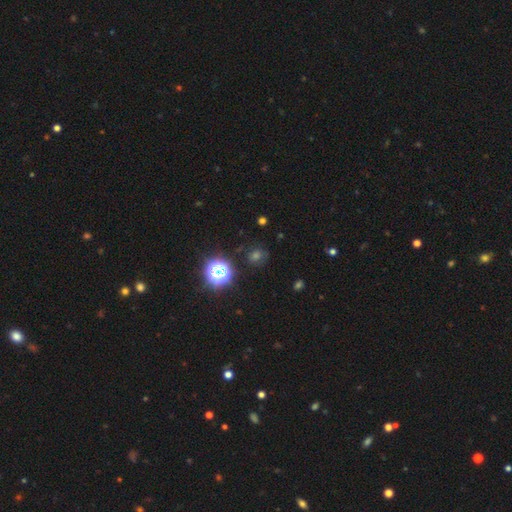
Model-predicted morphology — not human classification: Smooth or featured? star or artifact (49%)